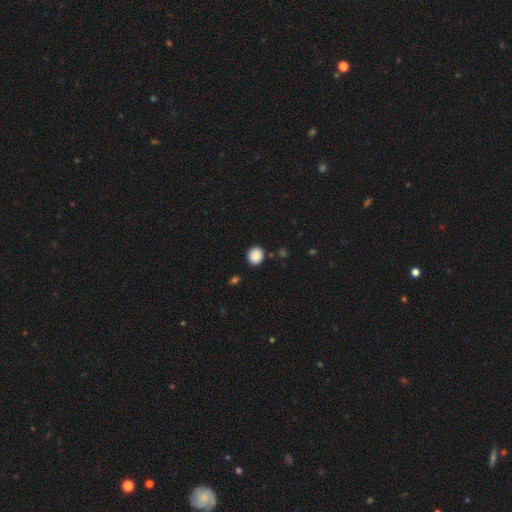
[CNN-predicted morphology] This appears to be a smooth galaxy with no disk features (88%) that is round (86%). Merging: none (89%).